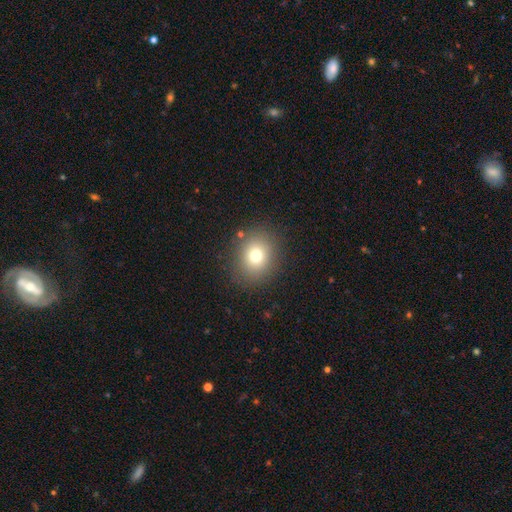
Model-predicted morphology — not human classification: Q: Smooth or featured?
A: smooth (74%); runner-up: star or artifact (14%)
Q: How rounded?
A: round (67%); runner-up: in between (33%)
Q: Merging?
A: none (85%); runner-up: minor disturbance (9%)